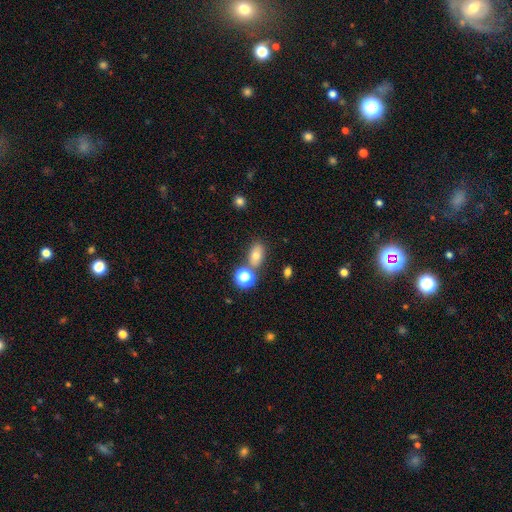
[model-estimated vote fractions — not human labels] smooth 71%, star or artifact 15%, featured or disk 14%. Down the decision tree: how rounded — in between (76%); merging — none (70%).